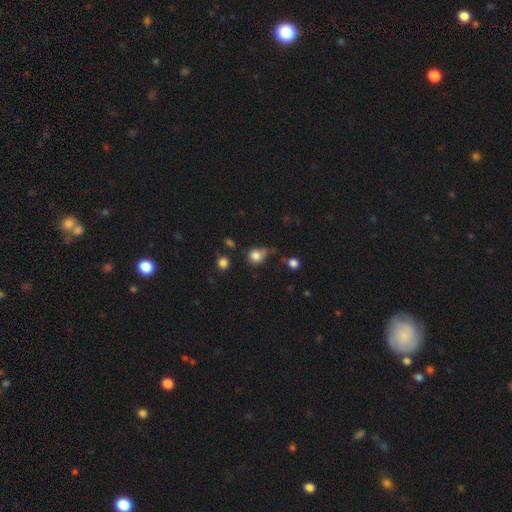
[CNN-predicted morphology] Overall: smooth (81%). How rounded: round (79%). Merging: none (52%; minor disturbance 28%).